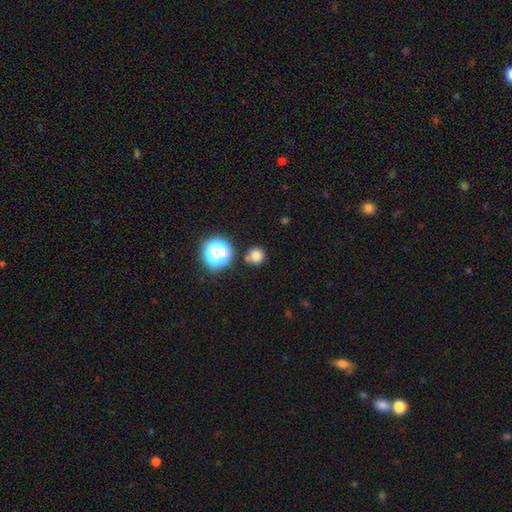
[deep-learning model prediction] This is likely a smooth galaxy (77%). How rounded: clearly round (92%). Merging: clearly none (82%).